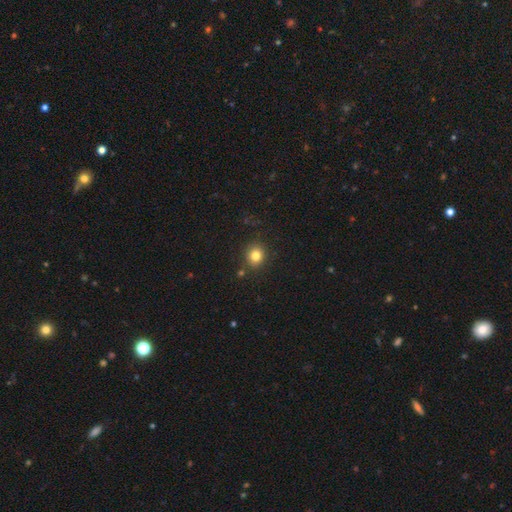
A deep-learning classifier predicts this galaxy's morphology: This is clearly a smooth galaxy (81%). How rounded: clearly round (81%). Merging: clearly none (85%).